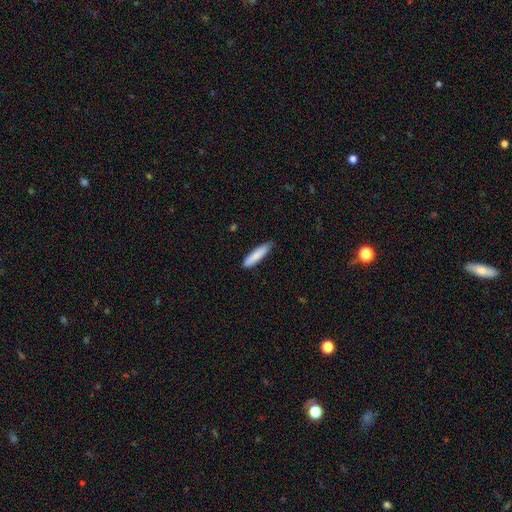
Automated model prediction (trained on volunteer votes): This is clearly a smooth galaxy (84%). How rounded: clearly cigar-shaped (82%). Merging: clearly none (84%).